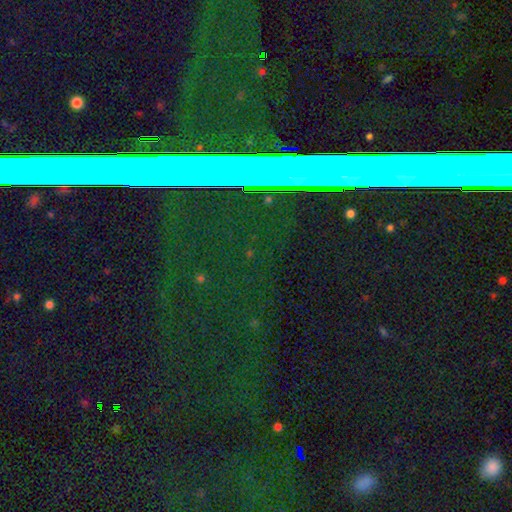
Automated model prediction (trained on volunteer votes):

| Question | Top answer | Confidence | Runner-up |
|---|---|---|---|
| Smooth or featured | star or artifact | 80% | featured or disk (10%) |